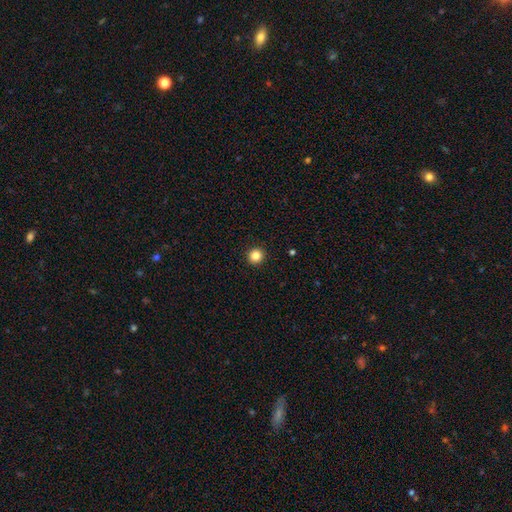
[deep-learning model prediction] Smooth or featured? Predicted: smooth (p=0.84). How rounded? Predicted: round (p=0.95). Merging? Predicted: none (p=0.94).